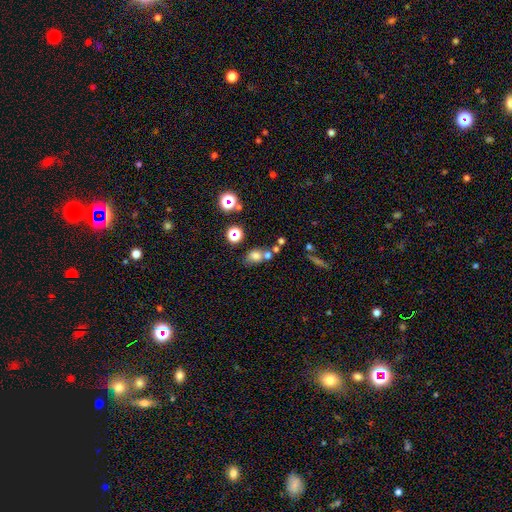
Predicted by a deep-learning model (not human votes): Smooth or featured? Predicted: smooth (p=0.69). How rounded? Predicted: in between (p=0.52). Merging? Predicted: none (p=0.50).